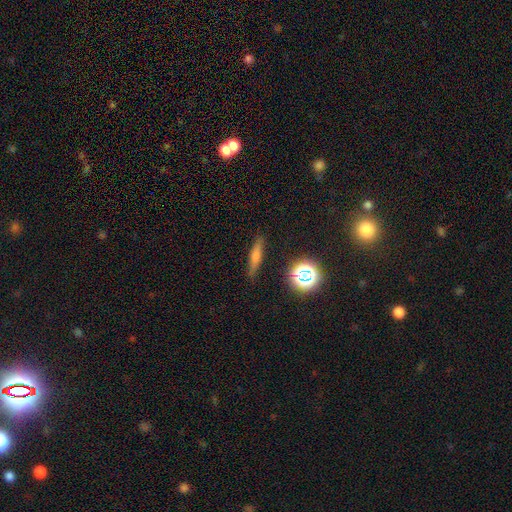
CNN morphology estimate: Smooth or featured? Predicted: smooth (p=0.56). How rounded? Predicted: cigar-shaped (p=0.82). Merging? Predicted: none (p=0.86).